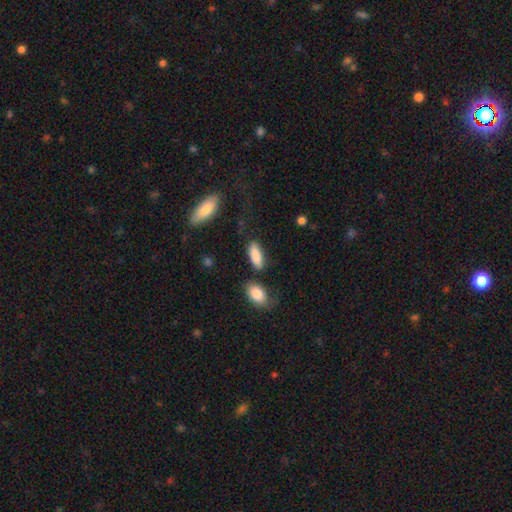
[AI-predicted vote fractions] Smooth or featured? smooth (88%)
How rounded? in between (76%)
Merging? none (77%)